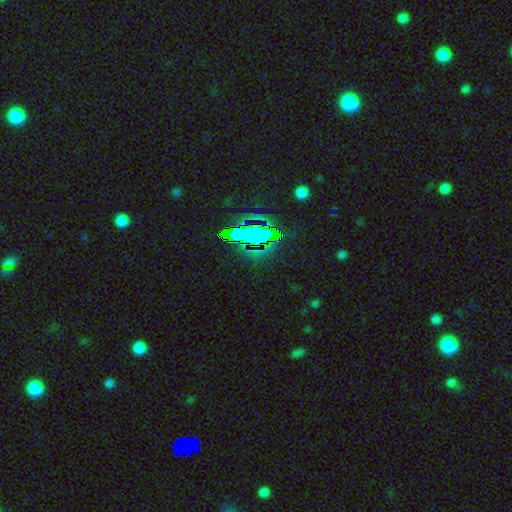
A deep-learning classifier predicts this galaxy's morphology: Smooth or featured? Predicted: star or artifact (p=0.77).